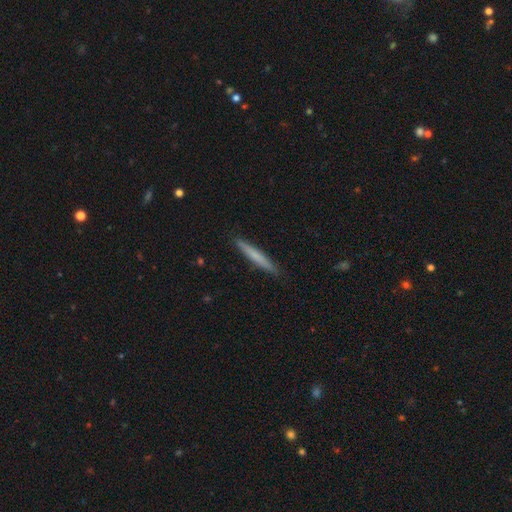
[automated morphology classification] This appears to be a smooth galaxy with no disk features (67%) that is cigar-shaped (96%). Merging: none (91%).